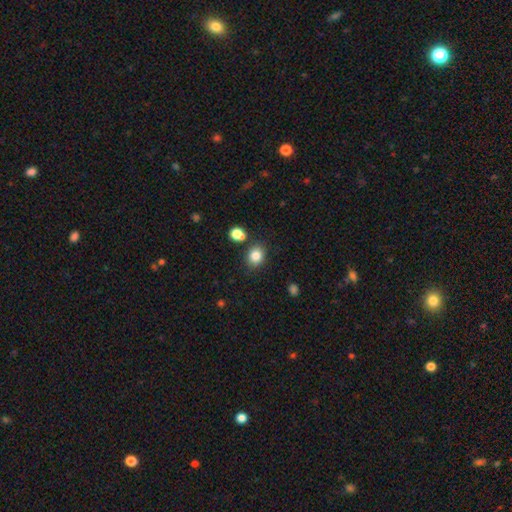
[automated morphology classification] Overall: smooth (83%). How rounded: round (64%; in between 35%). Merging: none (79%).